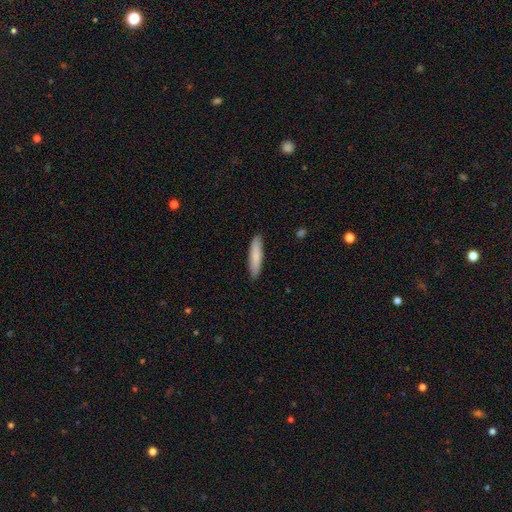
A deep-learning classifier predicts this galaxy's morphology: Smooth or featured: smooth — 82% (featured or disk — 12%)
How rounded: cigar-shaped — 84% (in between — 15%)
Merging: none — 89% (minor disturbance — 9%)